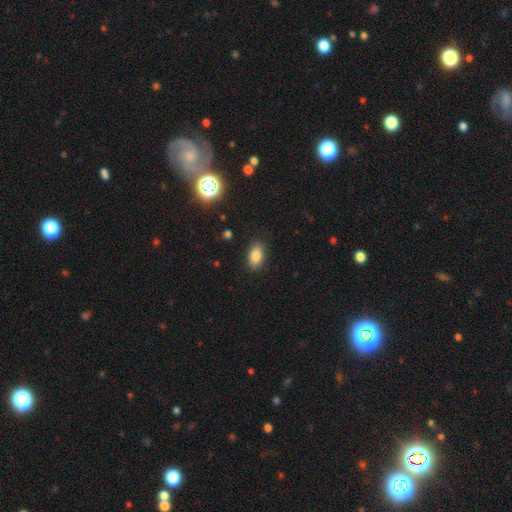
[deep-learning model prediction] Smooth or featured: smooth — 84% (star or artifact — 9%)
How rounded: in between — 90% (round — 7%)
Merging: none — 87% (minor disturbance — 9%)